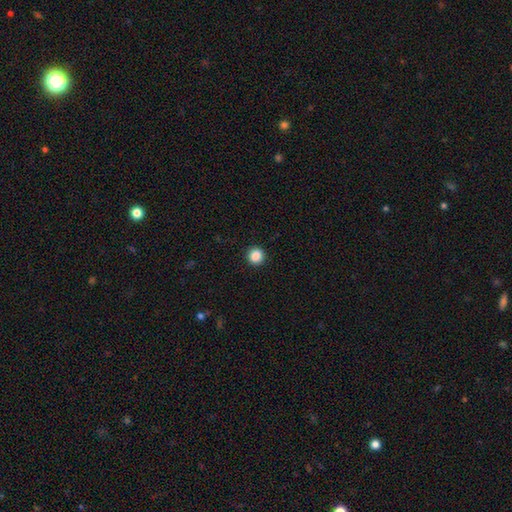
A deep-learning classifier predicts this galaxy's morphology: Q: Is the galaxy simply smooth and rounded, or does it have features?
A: smooth — 87%.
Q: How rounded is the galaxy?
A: round — 93%.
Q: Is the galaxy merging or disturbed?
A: none — 92%.